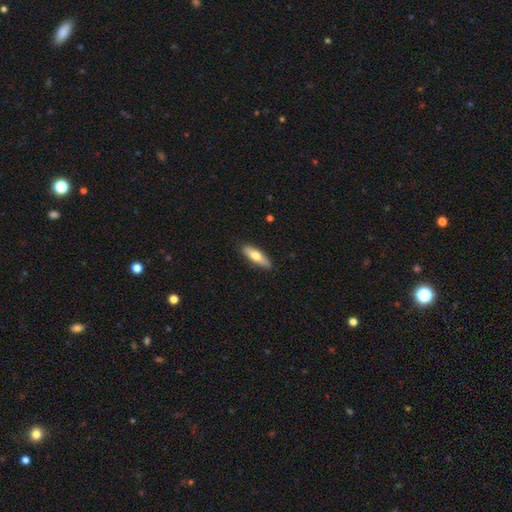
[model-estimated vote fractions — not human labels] This is likely a smooth galaxy (66%). How rounded: possibly cigar-shaped (53%). Merging: clearly none (87%).